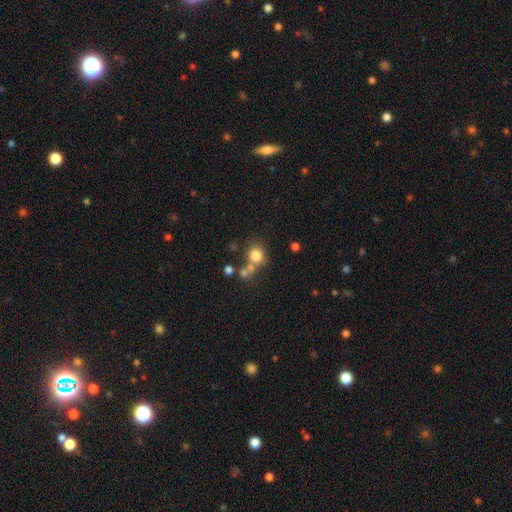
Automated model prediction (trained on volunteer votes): A smooth galaxy with no disk features (78%) that is round (79%).

Vote fractions:
- Smooth or featured? smooth: 78% / star or artifact: 12% / featured or disk: 10%
- How rounded? round: 79% / in between: 20% / cigar-shaped: 1%
- Merging? none: 52% / merger: 30% / minor disturbance: 12% / major disturbance: 6%